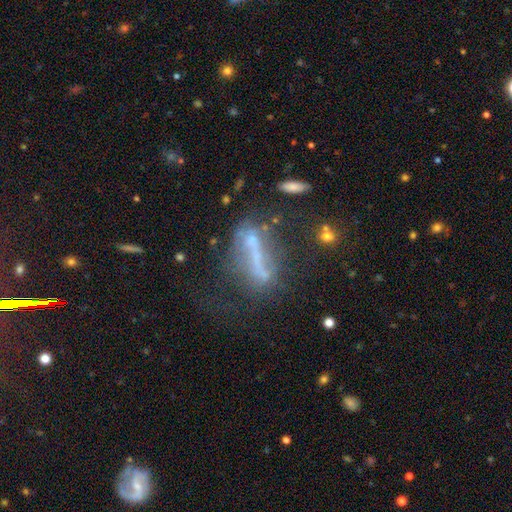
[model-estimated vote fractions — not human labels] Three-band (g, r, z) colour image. It shows a featured or disk galaxy (55%). Merging: none (38%).